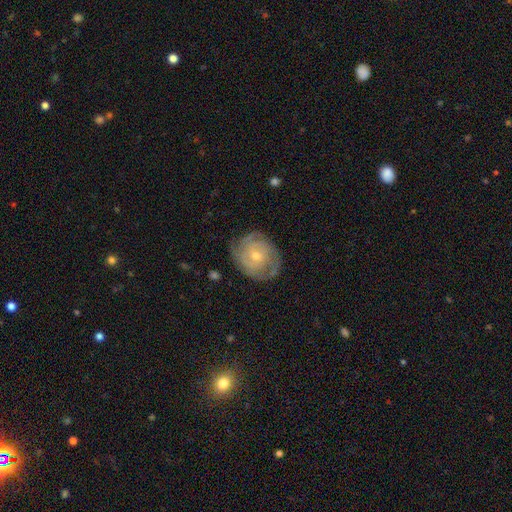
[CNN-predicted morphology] A featured or disk galaxy (80%) with no bar (76%), tight (72%) spiral arms (93%) and a small central bulge (51%). Merging: none (77%).